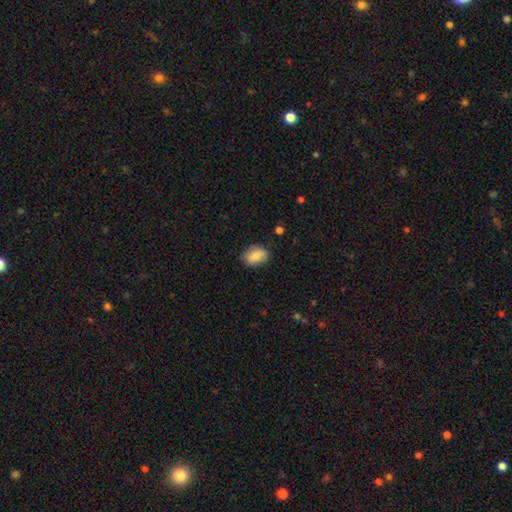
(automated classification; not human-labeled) Overall: smooth (82%). How rounded: in between (81%). Merging: none (78%).